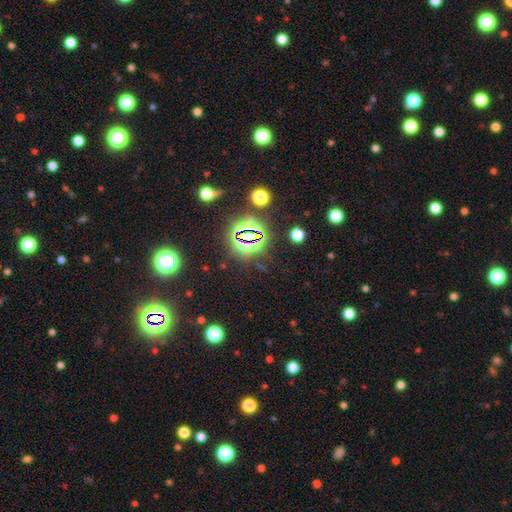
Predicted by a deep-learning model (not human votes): This is likely a star or artifact rather than a galaxy (80%).